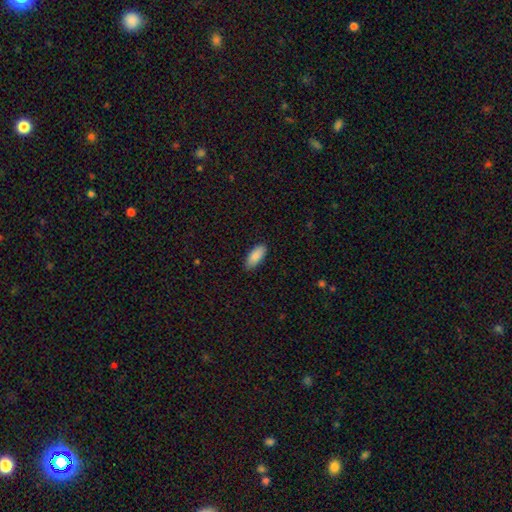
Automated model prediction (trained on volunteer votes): This appears to be a smooth galaxy with no disk features (89%) that is in between round and cigar-shaped (86%). Merging: none (86%).